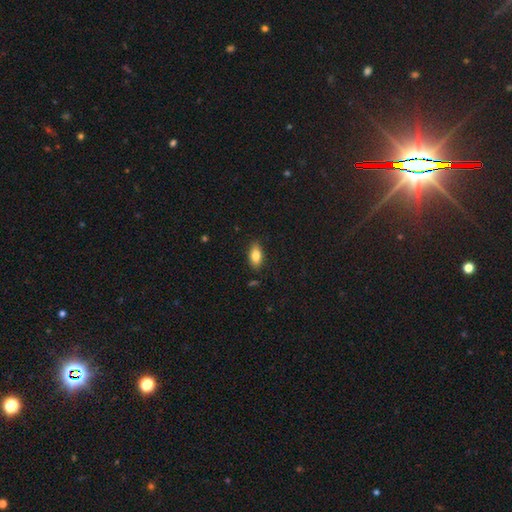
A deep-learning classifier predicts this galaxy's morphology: type=smooth (80%); roundness=in between (88%); merging=none (85%).